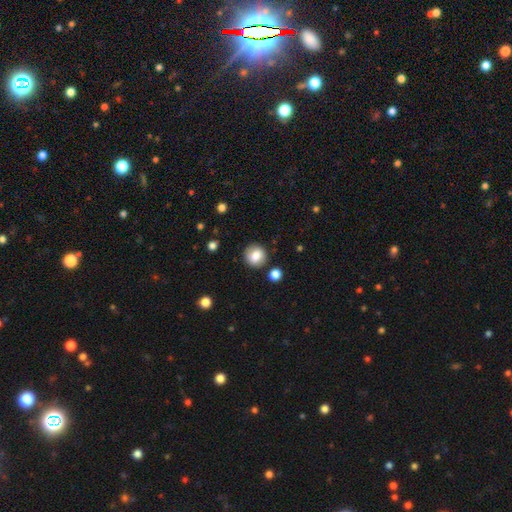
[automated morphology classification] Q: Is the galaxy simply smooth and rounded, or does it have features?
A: smooth — 81%.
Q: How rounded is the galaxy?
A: round — 89%.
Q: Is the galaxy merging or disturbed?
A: none — 87%.